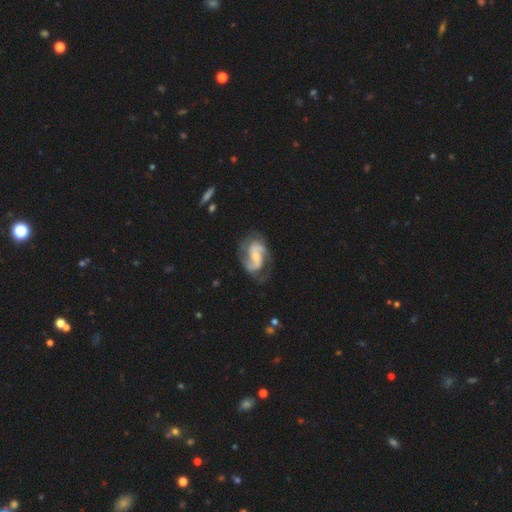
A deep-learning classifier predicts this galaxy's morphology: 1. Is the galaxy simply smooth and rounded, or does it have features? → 85% featured or disk, 10% smooth, 5% star or artifact.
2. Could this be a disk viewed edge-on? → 98% no, 2% yes.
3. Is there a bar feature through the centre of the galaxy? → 43% weak (tied), 43% no (tied), 15% strong.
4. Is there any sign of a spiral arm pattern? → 96% yes, 4% no.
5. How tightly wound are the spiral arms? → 51% medium, 26% loose, 23% tight.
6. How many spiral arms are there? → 82% 2, 7% can't tell, 5% 3, 3% 1, 1% 4, 1% more than 4.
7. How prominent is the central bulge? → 49% small, 35% moderate, 9% none, 5% large, 1% dominant.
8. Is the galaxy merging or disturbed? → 65% none, 20% minor disturbance, 13% major disturbance, 2% merger.